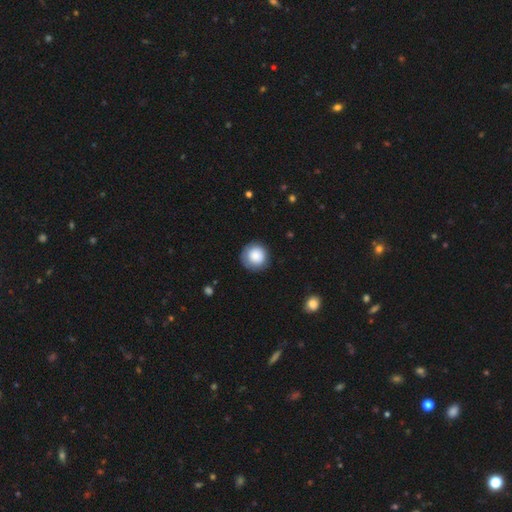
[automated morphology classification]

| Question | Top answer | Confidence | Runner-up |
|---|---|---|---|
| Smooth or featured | smooth | 83% | featured or disk (10%) |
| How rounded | round | 94% | in between (5%) |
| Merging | none | 80% | minor disturbance (14%) |